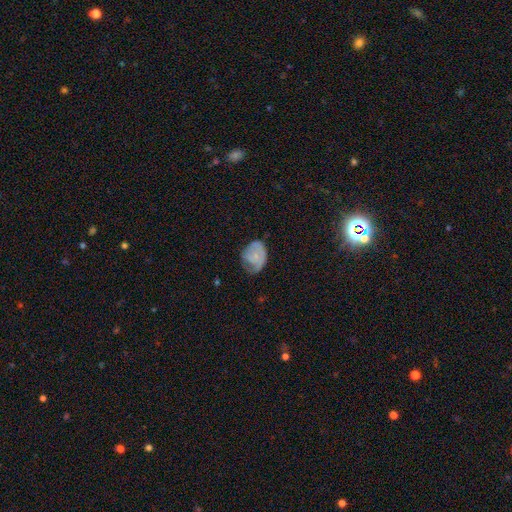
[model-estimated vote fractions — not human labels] Overall: smooth (57%; featured or disk 36%). How rounded: in between (59%; round 40%). Merging: minor disturbance (40%; none 35%).